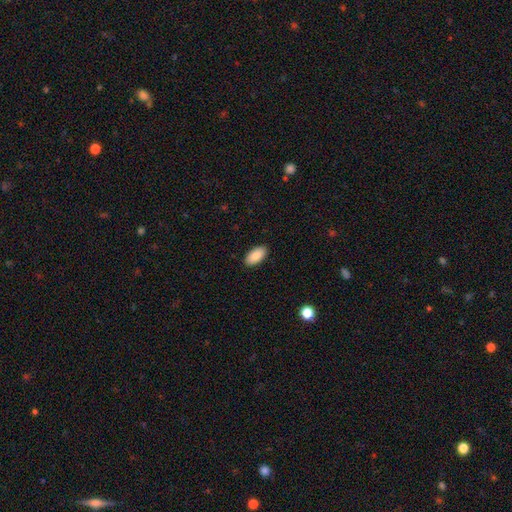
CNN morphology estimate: smooth_or_featured: smooth (p=0.87) [alt: star or artifact p=0.07]
how_rounded: in between (p=0.94) [alt: cigar-shaped p=0.03]
merging: none (p=0.90) [alt: minor disturbance p=0.08]